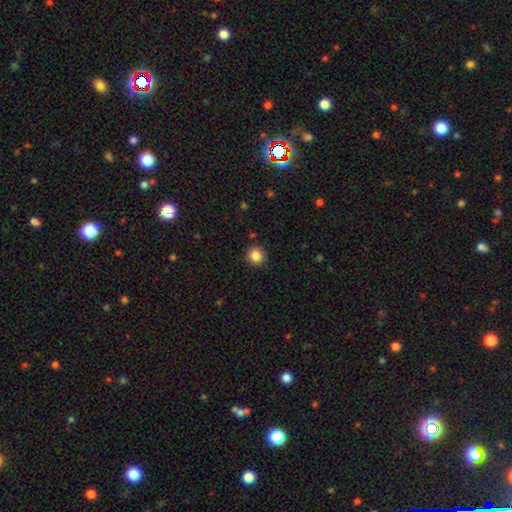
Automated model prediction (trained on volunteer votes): Smooth or featured? Predicted: smooth (p=0.85). How rounded? Predicted: round (p=0.89). Merging? Predicted: none (p=0.90).